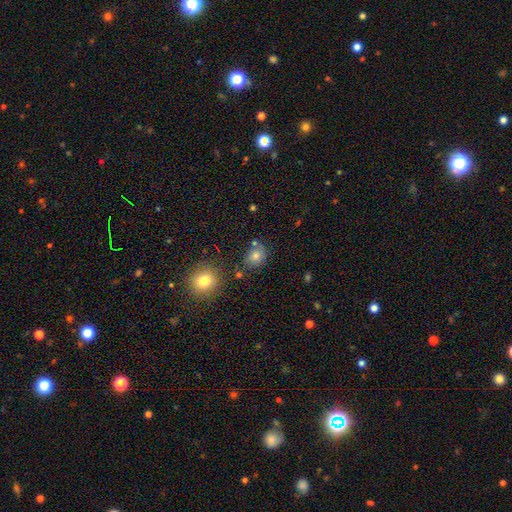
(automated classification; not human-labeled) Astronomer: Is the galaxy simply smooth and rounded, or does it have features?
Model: smooth — 76%.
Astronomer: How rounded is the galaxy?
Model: round — 59% (runner-up: in between, 39%).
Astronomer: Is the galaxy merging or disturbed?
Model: none — 73%.